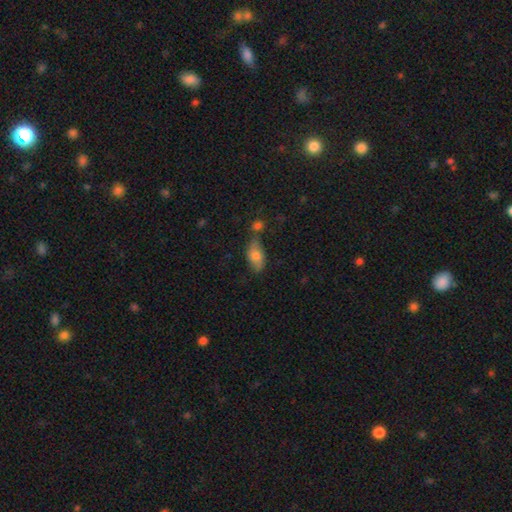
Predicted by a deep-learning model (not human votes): Q: Smooth or featured?
A: smooth (73%); runner-up: featured or disk (19%)
Q: How rounded?
A: in between (90%); runner-up: round (6%)
Q: Merging?
A: none (60%); runner-up: minor disturbance (20%)